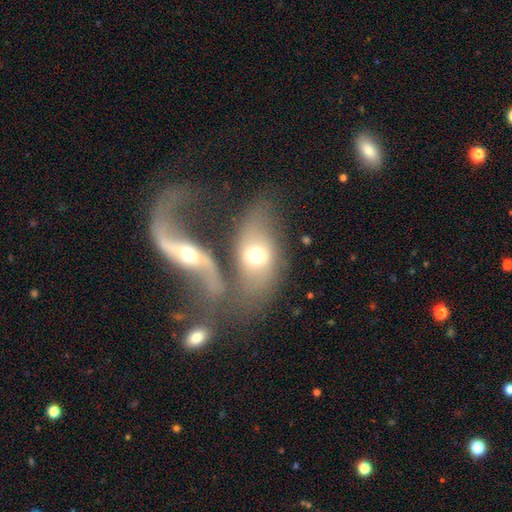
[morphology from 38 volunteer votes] Q: Smooth or featured?
A: featured or disk (53%); runner-up: smooth (42%)
Q: Edge-on disk?
A: no (85%); runner-up: yes (15%)
Q: Bar?
A: no (59%); runner-up: weak (35%)
Q: Spiral arms?
A: yes (71%); runner-up: no (29%)
Q: Spiral winding?
A: loose (83%); runner-up: medium (17%)
Q: Spiral arm count?
A: 2 (50%); runner-up: 1 (42%)
Q: Bulge size?
A: moderate (59%); runner-up: small (18%)
Q: Merging?
A: merger (64%); runner-up: minor disturbance (17%)